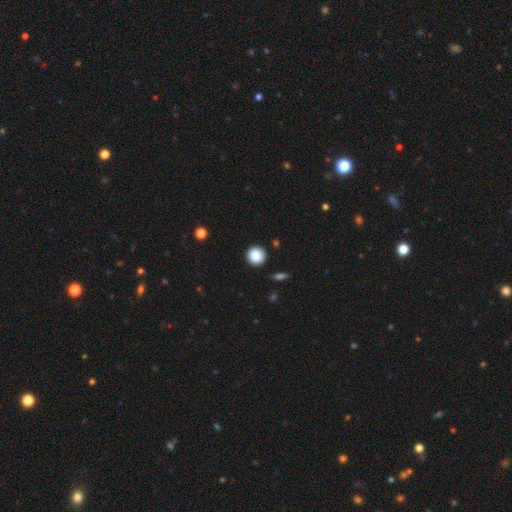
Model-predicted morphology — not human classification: A smooth galaxy with no disk features (87%) that is round (94%). Merging: none (90%).